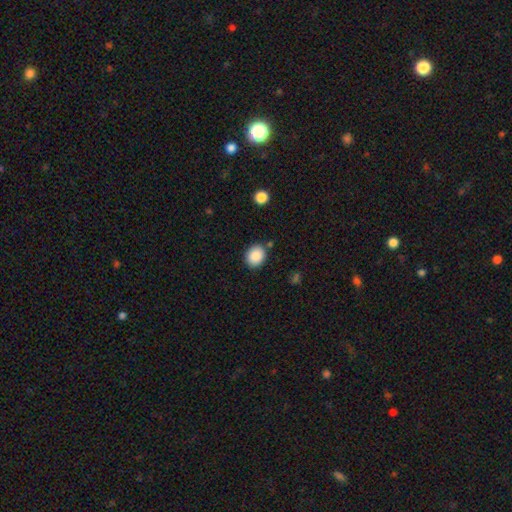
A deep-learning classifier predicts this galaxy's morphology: smooth-or-featured: smooth: 87% | star or artifact: 8% | featured or disk: 4%
  how-rounded: round: 64% | in between: 35% | cigar-shaped: 1%
  merging: none: 84% | minor disturbance: 10% | merger: 4% | major disturbance: 3%